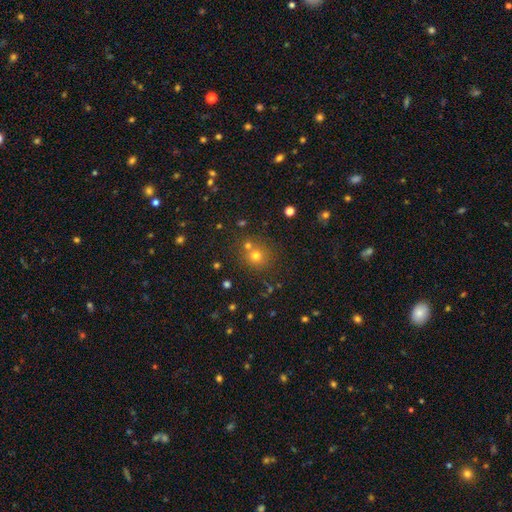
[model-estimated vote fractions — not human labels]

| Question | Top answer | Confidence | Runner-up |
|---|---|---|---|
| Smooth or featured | smooth | 70% | star or artifact (20%) |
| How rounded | round | 88% | in between (11%) |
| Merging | none | 64% | merger (24%) |